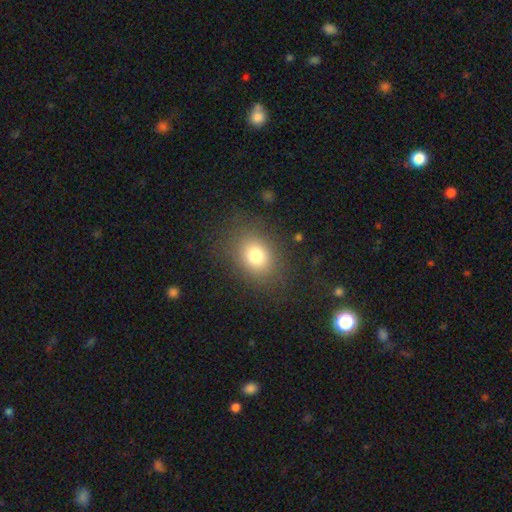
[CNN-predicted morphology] type=smooth (77%); roundness=in between (56%); merging=none (81%).